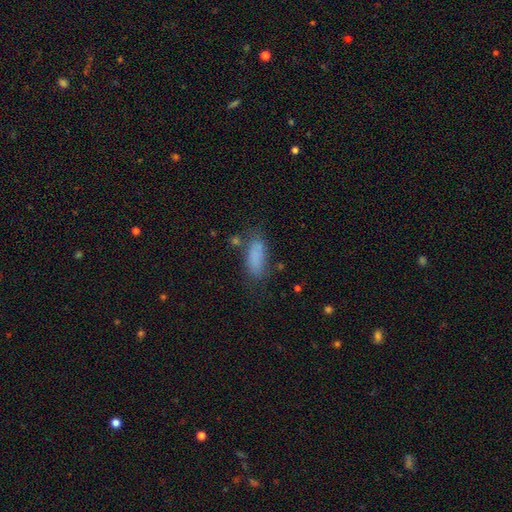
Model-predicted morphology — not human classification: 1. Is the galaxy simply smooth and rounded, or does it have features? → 80% smooth, 10% star or artifact, 10% featured or disk.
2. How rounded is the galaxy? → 79% in between, 18% cigar-shaped, 3% round.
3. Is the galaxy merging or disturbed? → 61% none, 22% minor disturbance, 11% major disturbance, 6% merger.